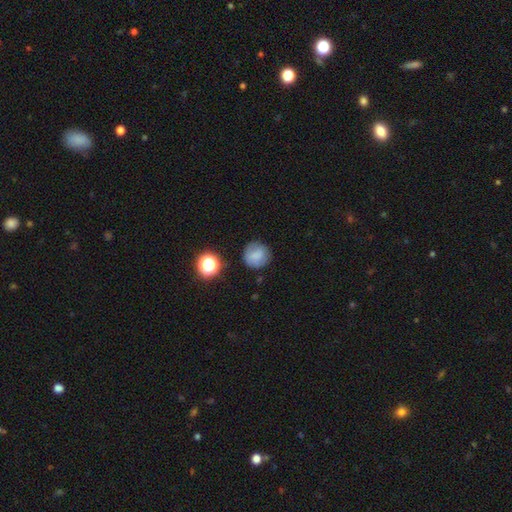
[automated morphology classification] Smooth or featured? smooth (76%)
How rounded? round (90%)
Merging? none (79%)